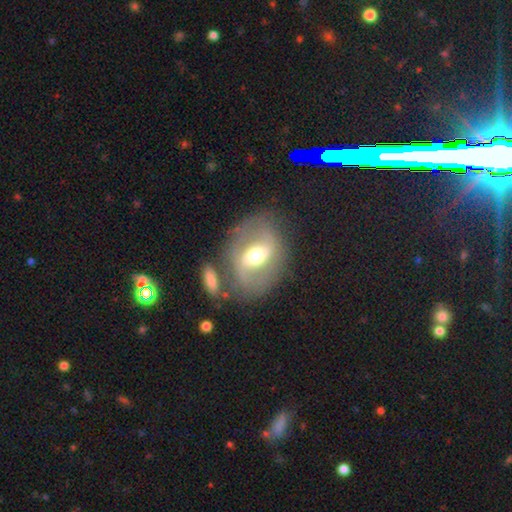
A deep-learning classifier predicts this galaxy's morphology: This appears to be a featured or disk galaxy (68%) with a weak bar (41%, tied with strong), spiral arms (62%) and a moderate central bulge (69%). Merging: none (66%).